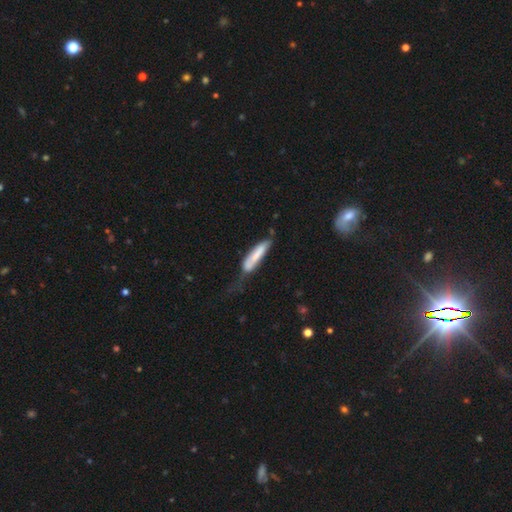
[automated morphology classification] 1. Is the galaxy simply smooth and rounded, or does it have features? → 70% smooth, 24% featured or disk, 6% star or artifact.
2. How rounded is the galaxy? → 81% cigar-shaped, 18% in between, 1% round.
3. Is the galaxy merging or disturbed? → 34% minor disturbance (tied), 34% none (tied), 25% major disturbance, 7% merger.